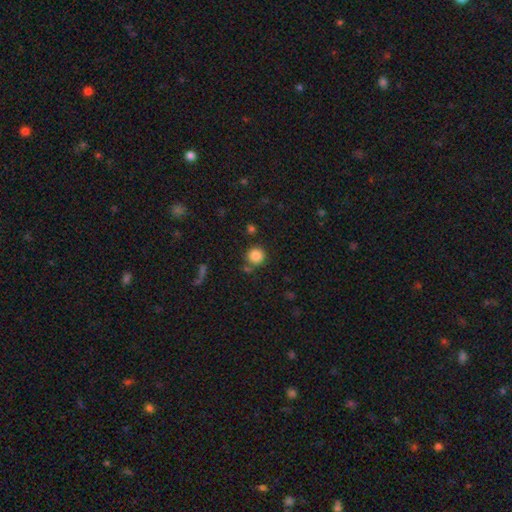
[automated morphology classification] Smooth or featured? smooth (85%)
How rounded? round (93%)
Merging? none (81%)